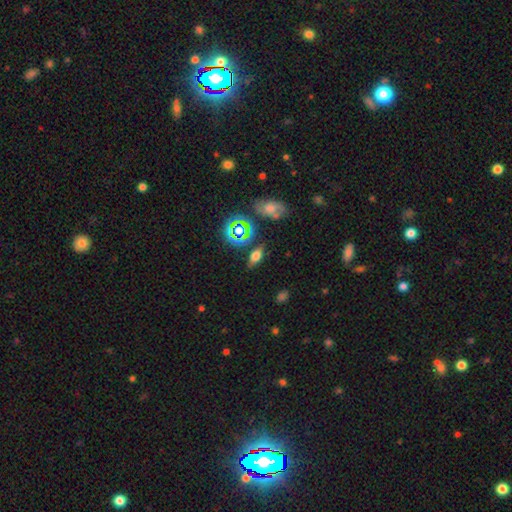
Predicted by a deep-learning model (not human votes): Smooth or featured?
  - smooth: 54% *
  - featured or disk: 24%
  - star or artifact: 22%
How rounded?
  - in between: 67% *
  - cigar-shaped: 20%
  - round: 13%
Merging?
  - none: 79% *
  - minor disturbance: 12%
  - merger: 4%
  - major disturbance: 4%